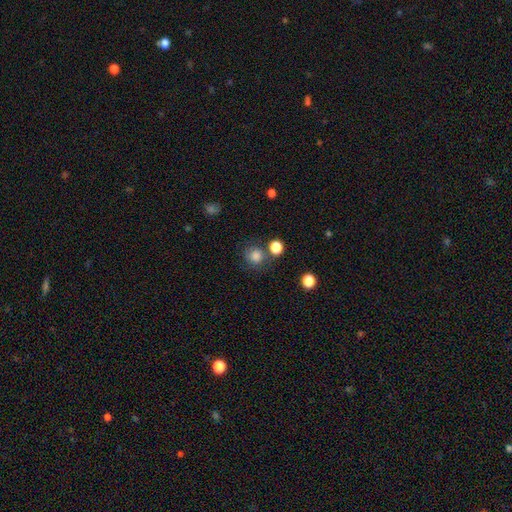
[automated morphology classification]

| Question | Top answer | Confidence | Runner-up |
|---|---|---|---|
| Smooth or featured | smooth | 81% | star or artifact (12%) |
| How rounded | round | 87% | in between (12%) |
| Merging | none | 69% | minor disturbance (14%) |